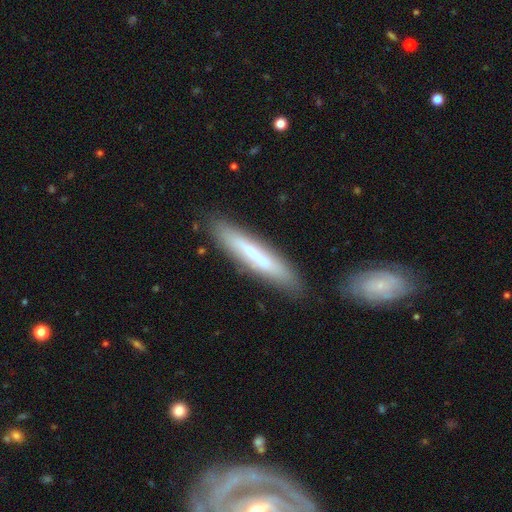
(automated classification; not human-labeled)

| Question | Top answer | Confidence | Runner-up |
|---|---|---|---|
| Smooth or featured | smooth | 49% | featured or disk (44%) |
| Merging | none | 83% | minor disturbance (11%) |